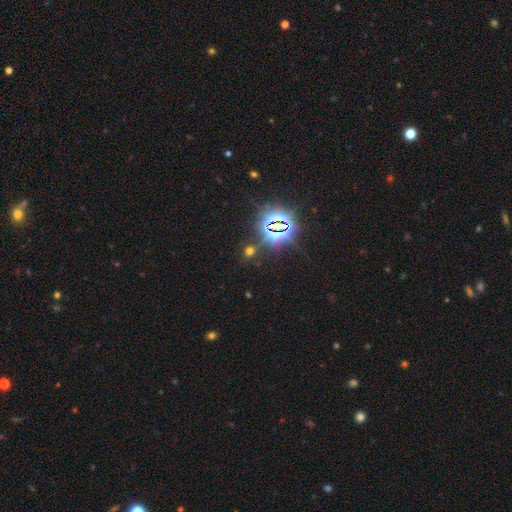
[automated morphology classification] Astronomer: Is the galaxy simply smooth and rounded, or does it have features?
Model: star or artifact — 82%.